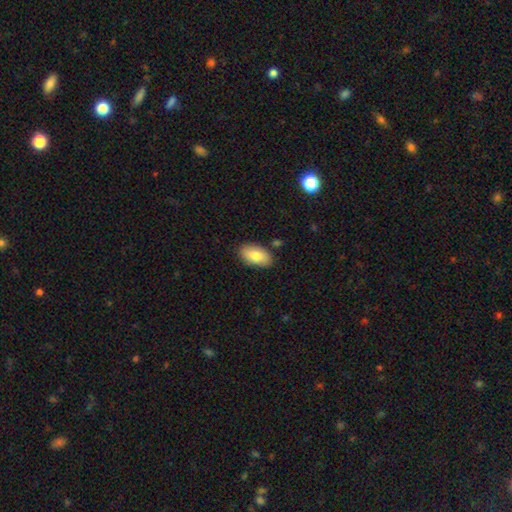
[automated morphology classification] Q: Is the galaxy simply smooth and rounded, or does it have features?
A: smooth — 83%.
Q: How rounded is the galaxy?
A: in between — 94%.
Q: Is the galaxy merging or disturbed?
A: none — 84%.